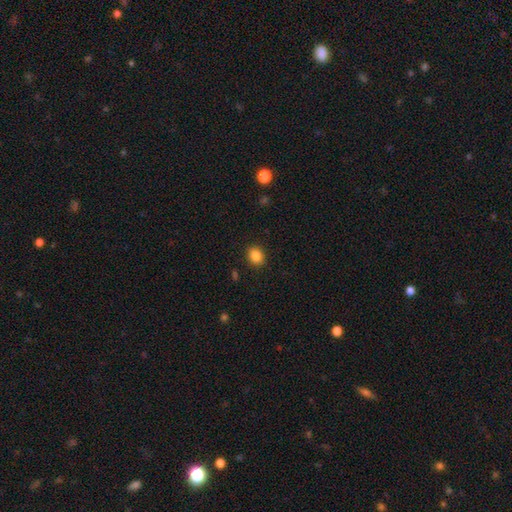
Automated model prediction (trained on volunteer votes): Morphology: type=smooth (84%); roundness=round (63%); merging=none (90%).